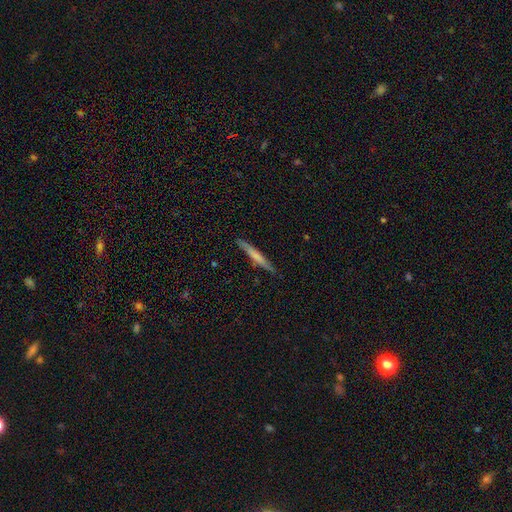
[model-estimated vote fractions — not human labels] A smooth galaxy with no disk features (59%) that is cigar-shaped (96%). Merging: none (88%).